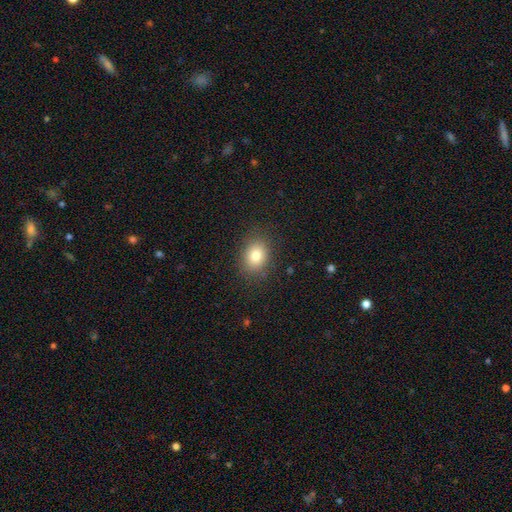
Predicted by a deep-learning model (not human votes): Smooth or featured? smooth (80%)
How rounded? in between (58%)
Merging? none (85%)